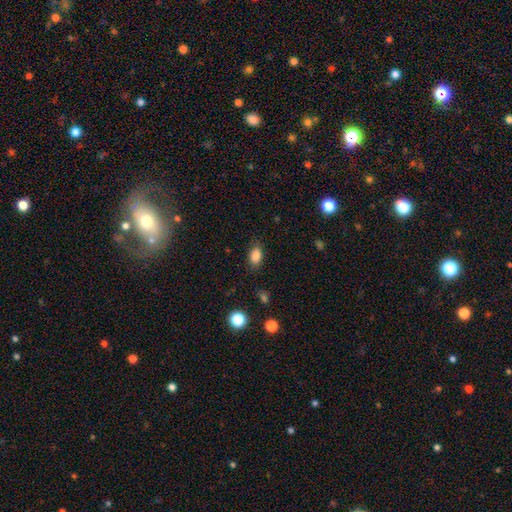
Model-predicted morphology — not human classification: A smooth galaxy with no disk features (86%) that is in between round and cigar-shaped (86%). Merging: none (82%).